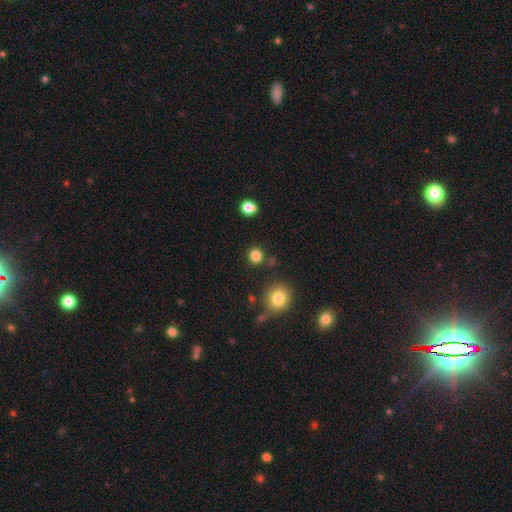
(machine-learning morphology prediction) A smooth galaxy with no disk features (83%) that is round (84%). Merging: none (85%).